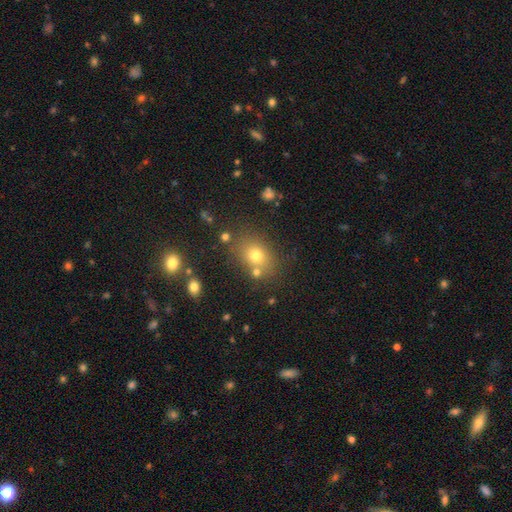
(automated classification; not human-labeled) Overall: smooth (71%). How rounded: in between (57%; round 42%). Merging: none (74%).